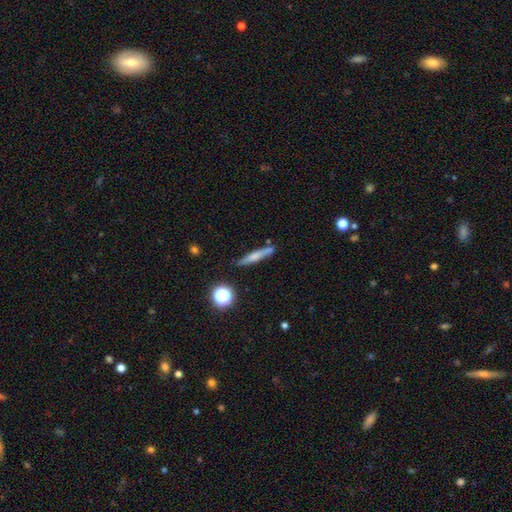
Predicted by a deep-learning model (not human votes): smooth 52%, featured or disk 38%, star or artifact 10%. Down the decision tree: how rounded — cigar-shaped (89%); merging — none (82%).